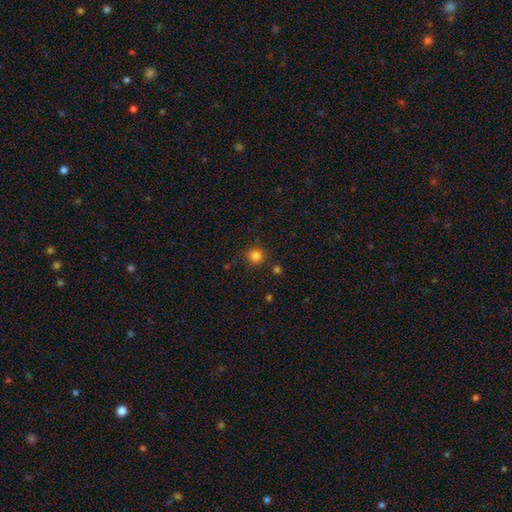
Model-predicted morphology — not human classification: type=smooth (82%); roundness=round (94%); merging=none (85%).